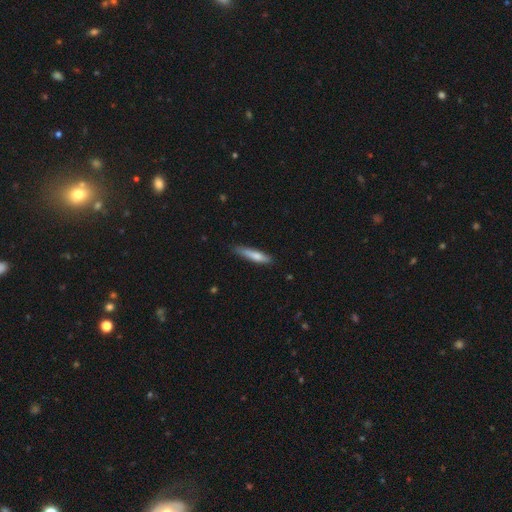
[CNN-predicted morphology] A smooth galaxy with no disk features (72%) that is cigar-shaped (87%). Merging: none (75%).